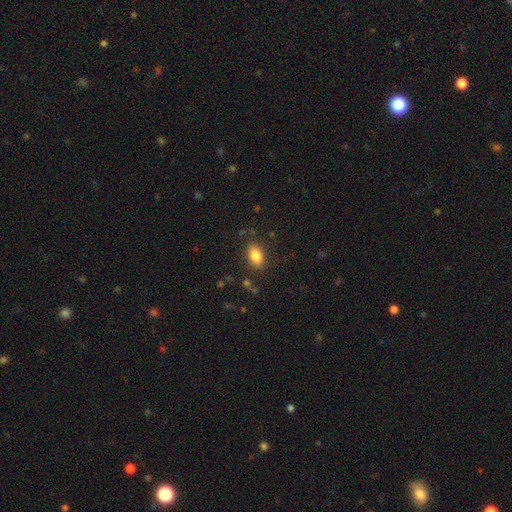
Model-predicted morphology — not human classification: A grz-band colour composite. It shows a smooth galaxy with no disk features (83%) that is in between round and cigar-shaped (88%). Merging: none (83%).